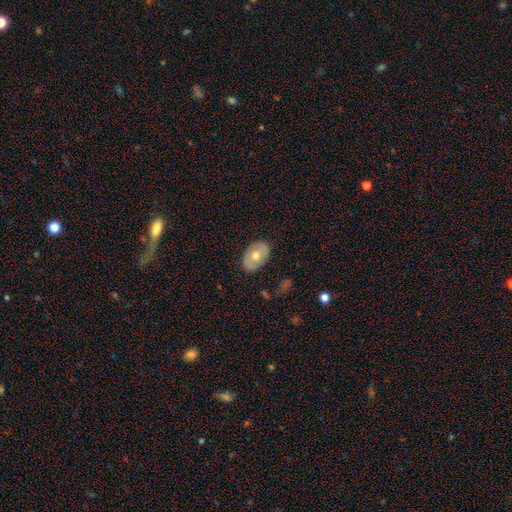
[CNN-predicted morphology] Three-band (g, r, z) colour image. It shows a smooth galaxy with no disk features (58%) that is in between round and cigar-shaped (86%). Merging: none (84%).